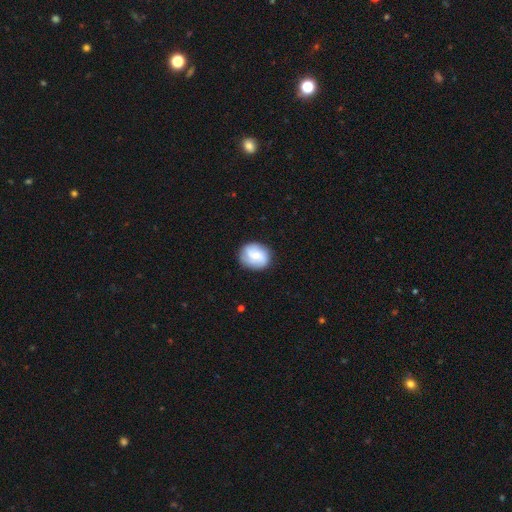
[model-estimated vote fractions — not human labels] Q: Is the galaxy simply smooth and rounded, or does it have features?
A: smooth — 51%.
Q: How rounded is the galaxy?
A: round — 69%.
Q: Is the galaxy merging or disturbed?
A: none — 81%.